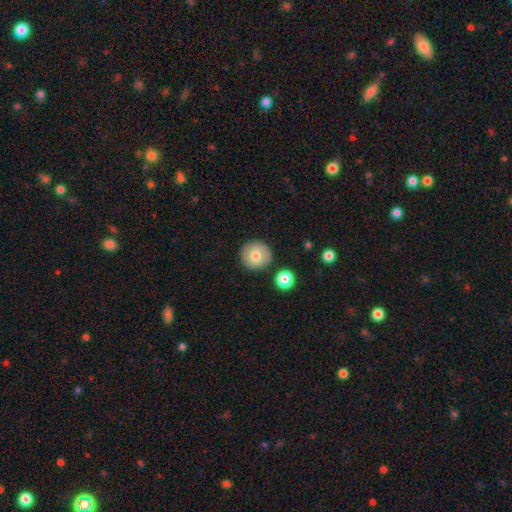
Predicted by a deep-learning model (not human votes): smooth-or-featured: smooth: 75% | featured or disk: 17% | star or artifact: 8%
  how-rounded: round: 94% | in between: 5% | cigar-shaped: 1%
  merging: none: 87% | minor disturbance: 7% | merger: 4% | major disturbance: 2%